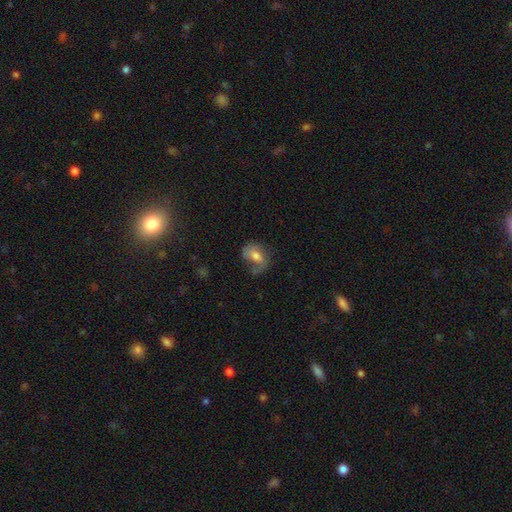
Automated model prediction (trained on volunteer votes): Q: Smooth or featured?
A: featured or disk (46%); runner-up: smooth (45%)
Q: Merging?
A: none (39%); runner-up: major disturbance (31%)